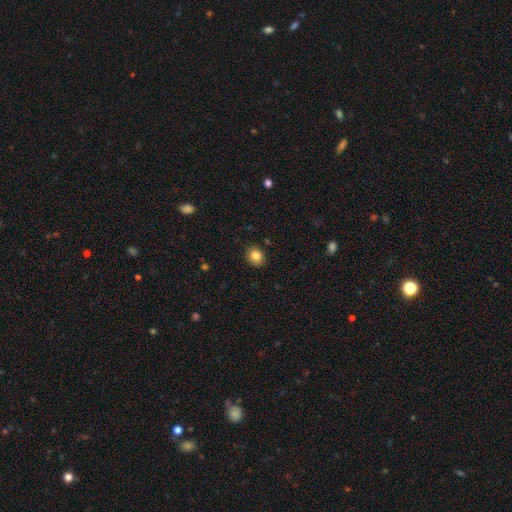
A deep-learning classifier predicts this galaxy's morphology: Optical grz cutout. It shows a smooth galaxy with no disk features (85%) that is round (68%). Merging: none (87%).